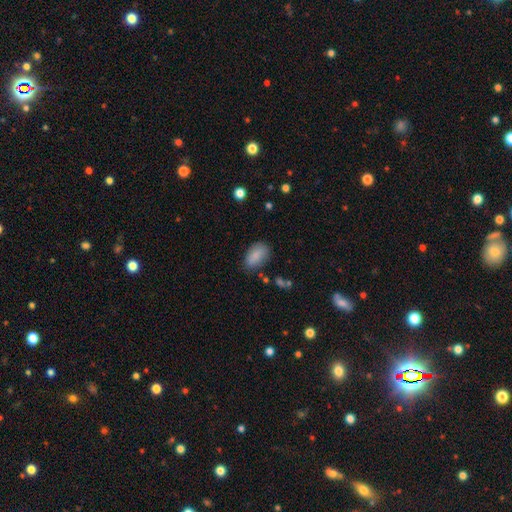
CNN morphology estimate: smooth-or-featured: smooth: 85% | featured or disk: 8% | star or artifact: 8%
  how-rounded: in between: 90% | round: 7% | cigar-shaped: 3%
  merging: none: 73% | minor disturbance: 19% | major disturbance: 5% | merger: 3%